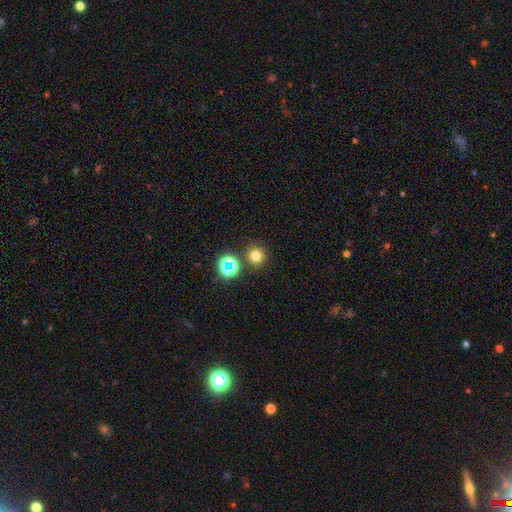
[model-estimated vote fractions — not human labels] A smooth galaxy with no disk features (74%) that is round (91%).

Vote fractions:
- Smooth or featured? smooth: 74% / star or artifact: 20% / featured or disk: 7%
- How rounded? round: 91% / in between: 8% / cigar-shaped: 1%
- Merging? none: 84% / merger: 8% / minor disturbance: 6% / major disturbance: 3%